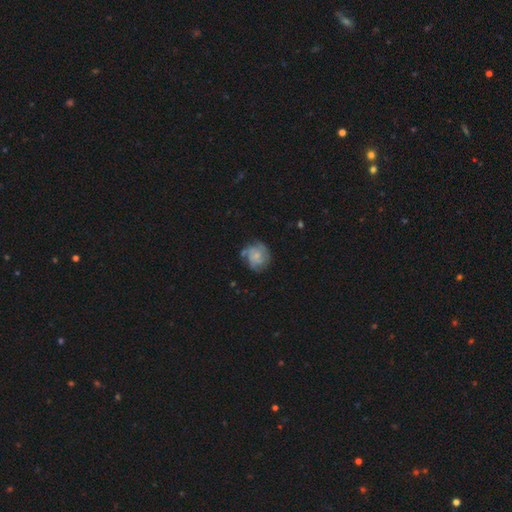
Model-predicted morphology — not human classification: A featured or disk galaxy (63%) with no bar (78%), tight (56%) spiral arms (85%) and a small central bulge (58%). Merging: none (61%).